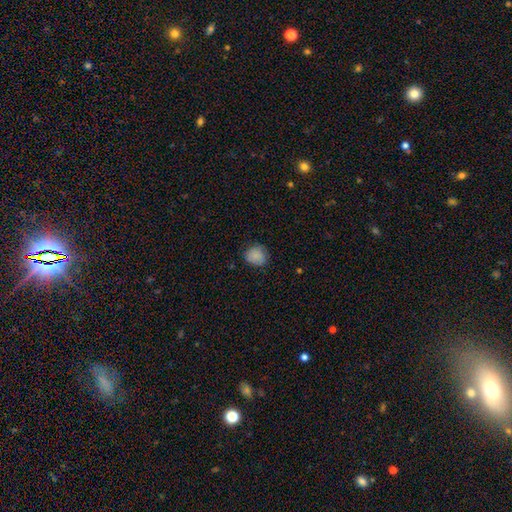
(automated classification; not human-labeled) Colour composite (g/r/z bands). It shows a smooth galaxy with no disk features (85%) that is round (78%). Merging: none (77%).